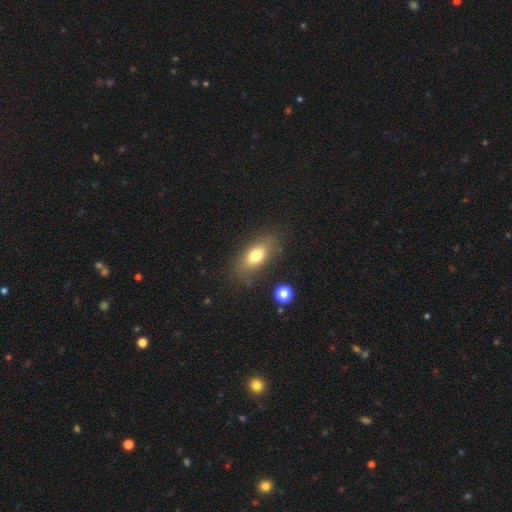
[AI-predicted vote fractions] Morphology: type=smooth (73%); roundness=in between (79%); merging=none (81%).